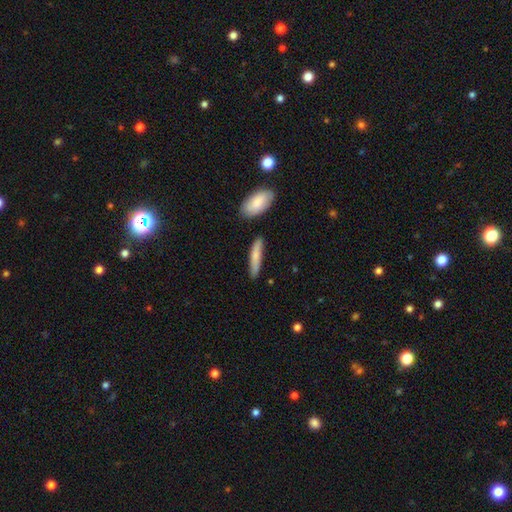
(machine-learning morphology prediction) type=smooth (75%); roundness=cigar-shaped (82%); merging=none (78%).